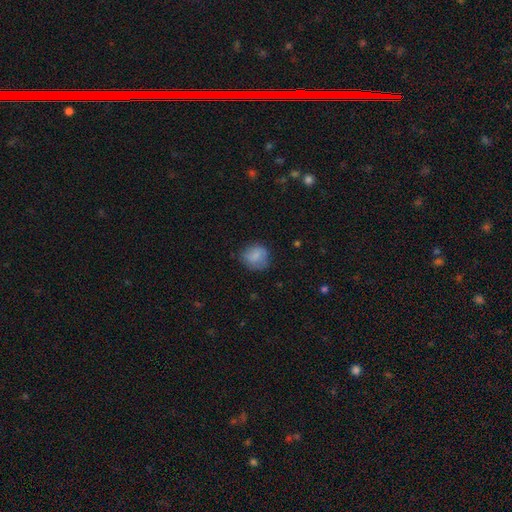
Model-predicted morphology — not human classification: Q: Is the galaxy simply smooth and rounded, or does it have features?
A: smooth — 79%.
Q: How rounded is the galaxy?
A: round — 78%.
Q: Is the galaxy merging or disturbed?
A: none — 70%.